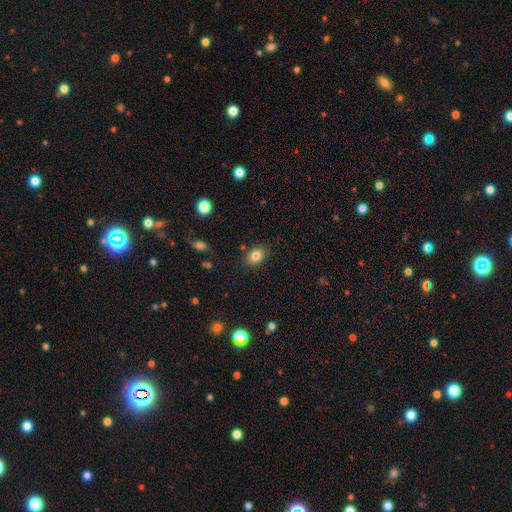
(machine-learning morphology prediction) This is clearly a smooth galaxy (84%). How rounded: likely in between (76%). Merging: clearly none (84%).